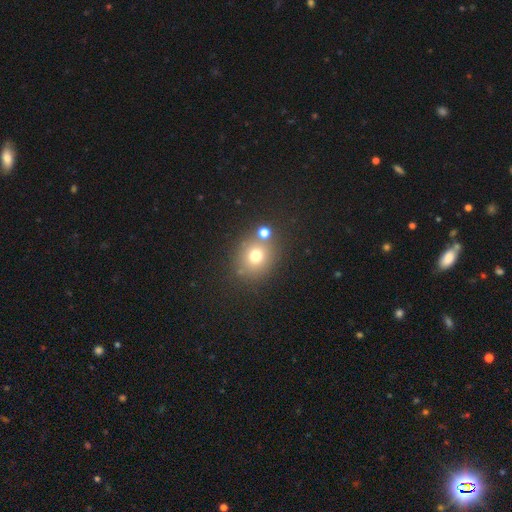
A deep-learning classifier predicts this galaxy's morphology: Smooth or featured? smooth (72%)
How rounded? round (81%)
Merging? none (71%)